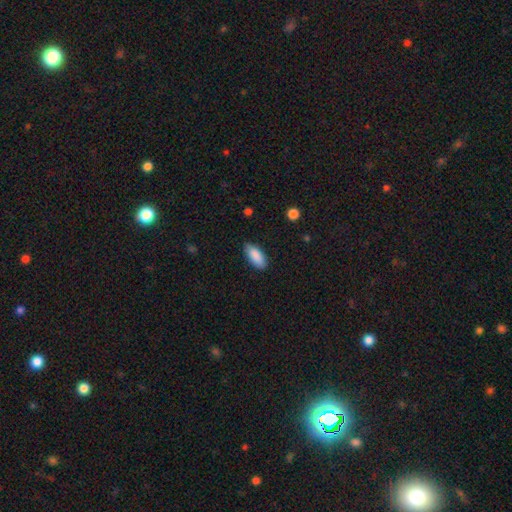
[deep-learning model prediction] smooth_or_featured: smooth (p=0.89) [alt: star or artifact p=0.06]
how_rounded: in between (p=0.84) [alt: cigar-shaped p=0.14]
merging: none (p=0.84) [alt: minor disturbance p=0.13]